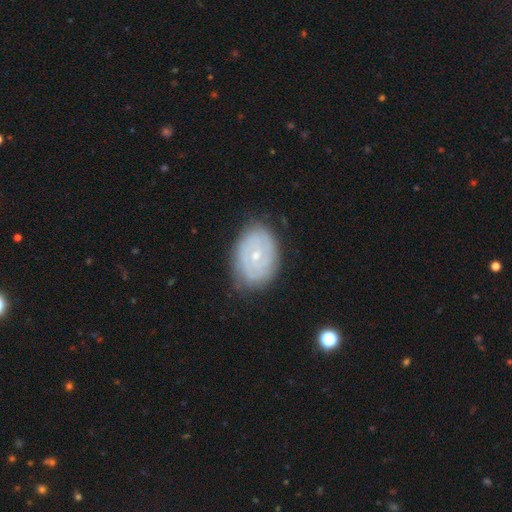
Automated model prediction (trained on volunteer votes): smooth-or-featured: featured or disk: 75% | smooth: 18% | star or artifact: 7%
  disk-edge-on: no: 96% | yes: 4%
    bar: no: 68% | weak: 27% | strong: 5%
    has-spiral-arms: yes: 88% | no: 12%
      spiral-winding: tight: 76% | medium: 19% | loose: 5%
      spiral-arm-count: can't tell: 40% | 2: 33% | 3: 13% | 4: 6% | 1: 4% | more than 4: 4%
    bulge-size: small: 67% | moderate: 30% | none: 1% | large: 1% | dominant: 1%
  merging: none: 77% | minor disturbance: 17% | major disturbance: 5% | merger: 1%